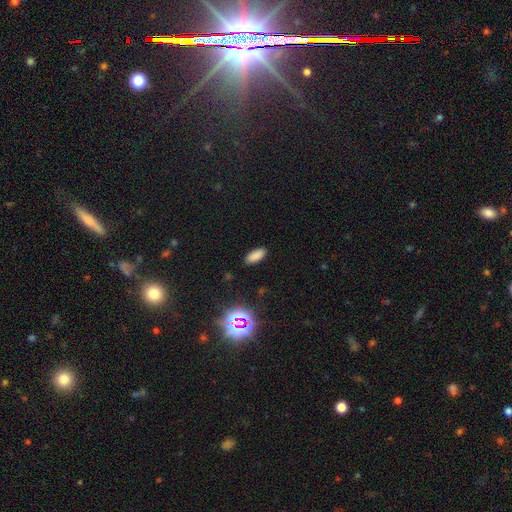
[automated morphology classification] Q: Smooth or featured?
A: smooth (82%); runner-up: star or artifact (13%)
Q: How rounded?
A: in between (83%); runner-up: cigar-shaped (14%)
Q: Merging?
A: none (89%); runner-up: minor disturbance (8%)